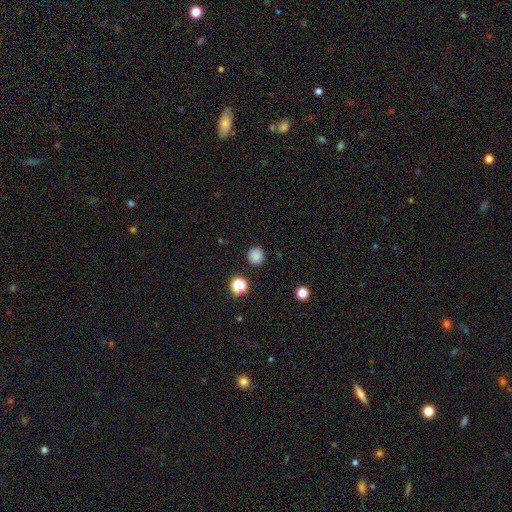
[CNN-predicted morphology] Q: Smooth or featured?
A: smooth (83%); runner-up: star or artifact (14%)
Q: How rounded?
A: round (94%); runner-up: in between (5%)
Q: Merging?
A: none (90%); runner-up: minor disturbance (6%)